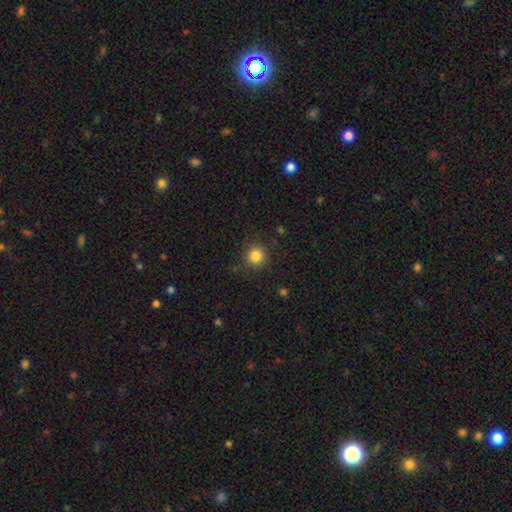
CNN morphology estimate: Smooth or featured? smooth (84%)
How rounded? round (93%)
Merging? none (87%)